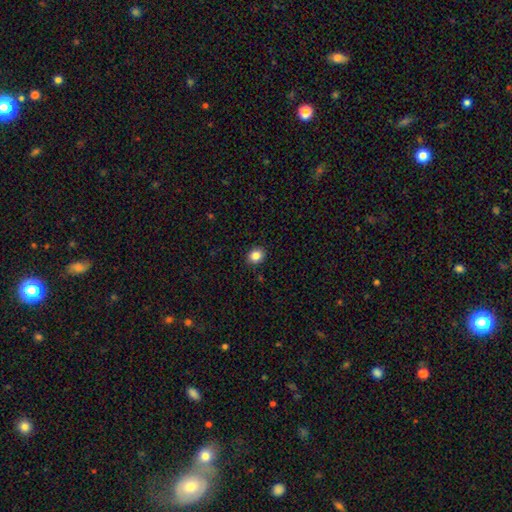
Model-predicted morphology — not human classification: A smooth galaxy with no disk features (85%) that is round (70%).

Vote fractions:
- Smooth or featured? smooth: 85% / star or artifact: 10% / featured or disk: 5%
- How rounded? round: 70% / in between: 29% / cigar-shaped: 1%
- Merging? none: 91% / minor disturbance: 7% / major disturbance: 2% / merger: 1%